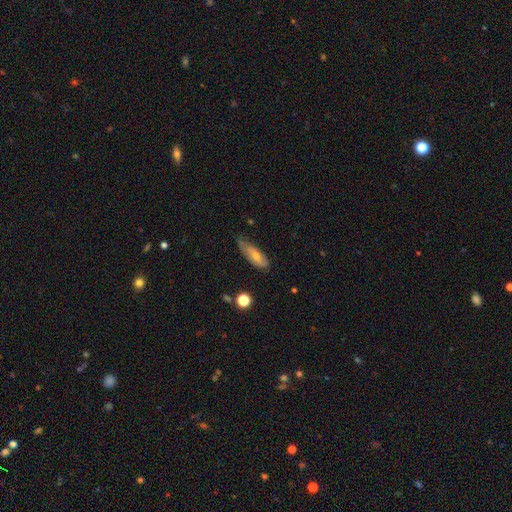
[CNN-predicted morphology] Q: Smooth or featured?
A: smooth (49%); runner-up: featured or disk (42%)
Q: Merging?
A: none (52%); runner-up: minor disturbance (37%)